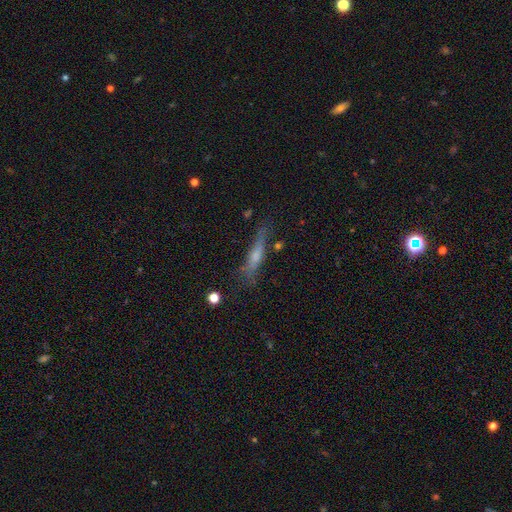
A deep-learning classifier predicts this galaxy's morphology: Overall: featured or disk (48%; smooth 42%). Merging: none (65%).